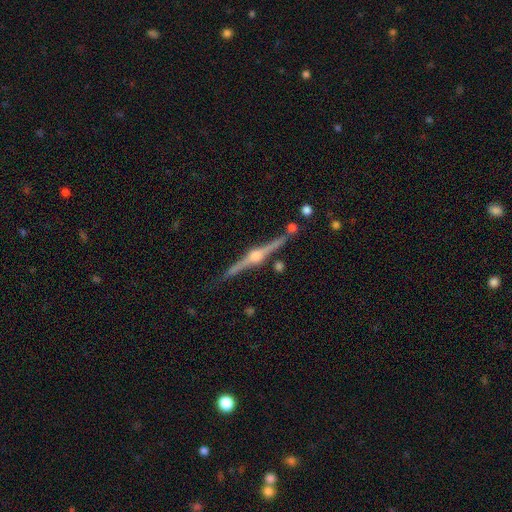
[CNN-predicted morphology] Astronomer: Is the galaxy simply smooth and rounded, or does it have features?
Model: featured or disk — 90%.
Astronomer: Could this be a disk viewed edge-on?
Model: yes — 98%.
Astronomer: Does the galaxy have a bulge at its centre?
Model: rounded — 93%.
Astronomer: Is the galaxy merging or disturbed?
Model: none — 86%.